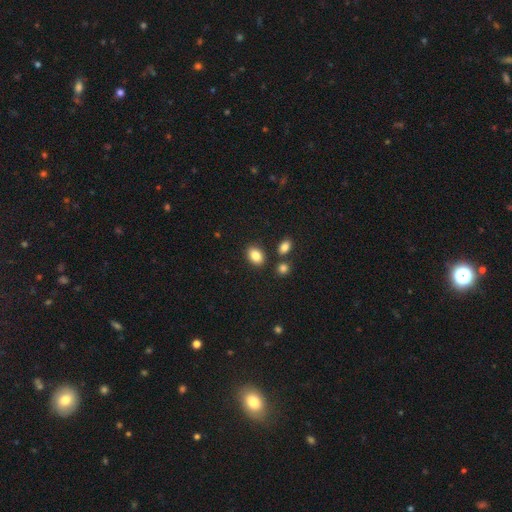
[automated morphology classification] Smooth or featured: smooth — 85% (star or artifact — 9%)
How rounded: in between — 79% (round — 20%)
Merging: none — 81% (minor disturbance — 10%)